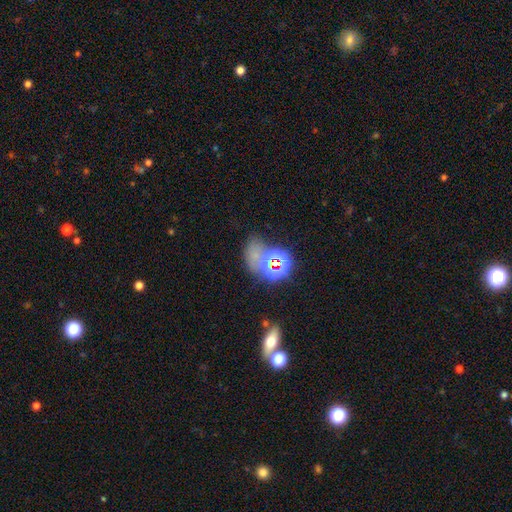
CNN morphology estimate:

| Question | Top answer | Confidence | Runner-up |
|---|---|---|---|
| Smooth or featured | star or artifact | 49% | smooth (37%) |